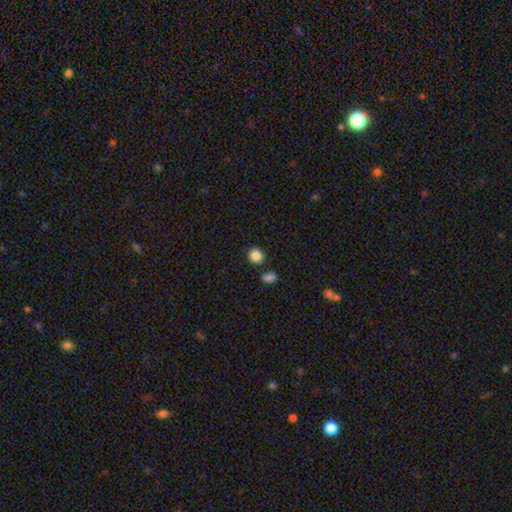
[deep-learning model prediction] Q: Smooth or featured?
A: smooth (87%); runner-up: star or artifact (10%)
Q: How rounded?
A: round (84%); runner-up: in between (15%)
Q: Merging?
A: none (83%); runner-up: minor disturbance (8%)